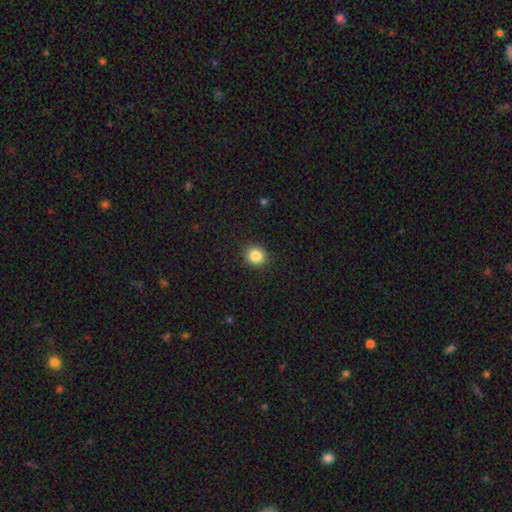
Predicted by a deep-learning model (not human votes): smooth-or-featured: smooth: 85% | star or artifact: 11% | featured or disk: 4%
  how-rounded: round: 87% | in between: 13% | cigar-shaped: 1%
  merging: none: 91% | minor disturbance: 6% | major disturbance: 2% | merger: 1%